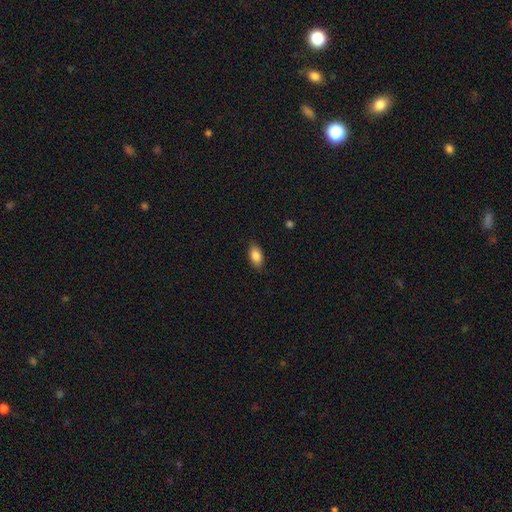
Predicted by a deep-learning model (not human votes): Smooth or featured? smooth (86%)
How rounded? in between (91%)
Merging? none (86%)